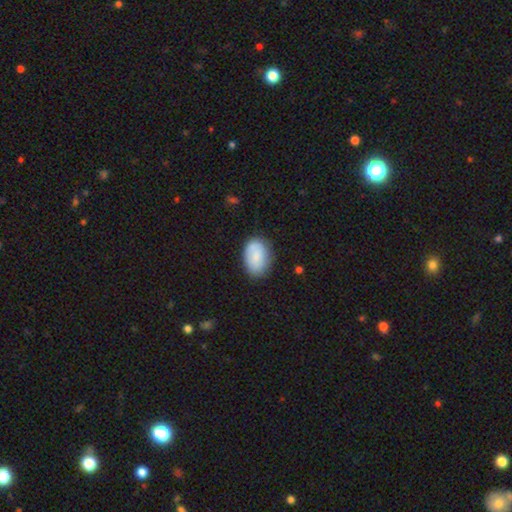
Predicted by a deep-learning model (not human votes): Smooth or featured: smooth — 78% (featured or disk — 15%)
How rounded: in between — 88% (round — 11%)
Merging: none — 78% (minor disturbance — 16%)